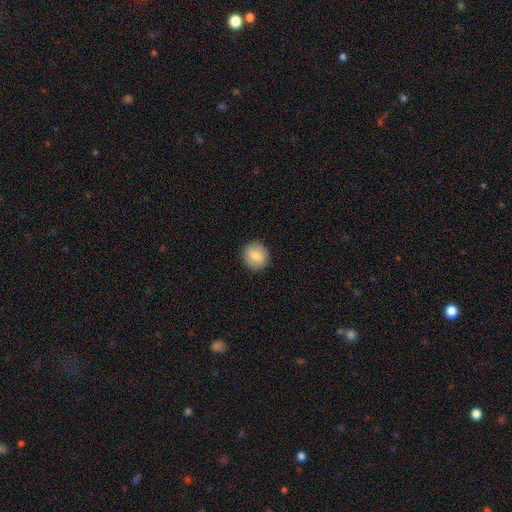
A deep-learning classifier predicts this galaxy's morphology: smooth_or_featured: smooth (p=0.81) [alt: featured or disk p=0.11]
how_rounded: round (p=0.86) [alt: in between p=0.13]
merging: none (p=0.90) [alt: minor disturbance p=0.07]